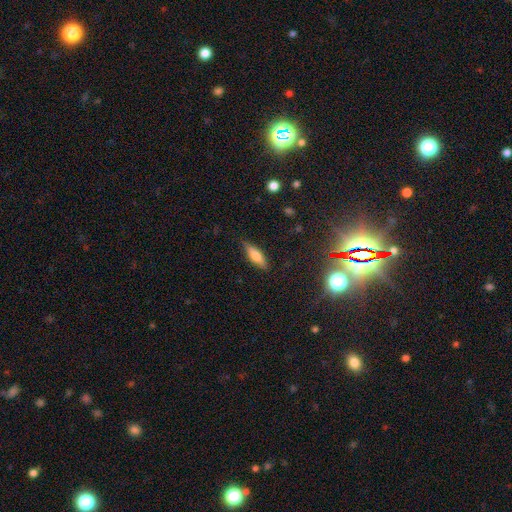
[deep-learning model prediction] Overall: smooth (66%). How rounded: cigar-shaped (54%; in between 44%). Merging: none (82%).